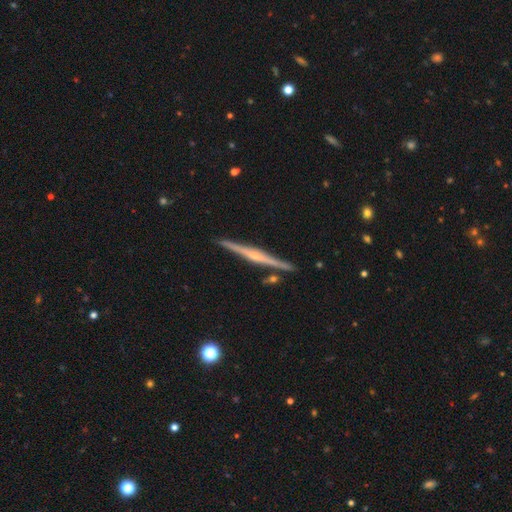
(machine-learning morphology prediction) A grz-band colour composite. It shows a featured or disk galaxy (80%) viewed edge-on (98%) with a rounded central bulge (63%). Merging: none (89%).